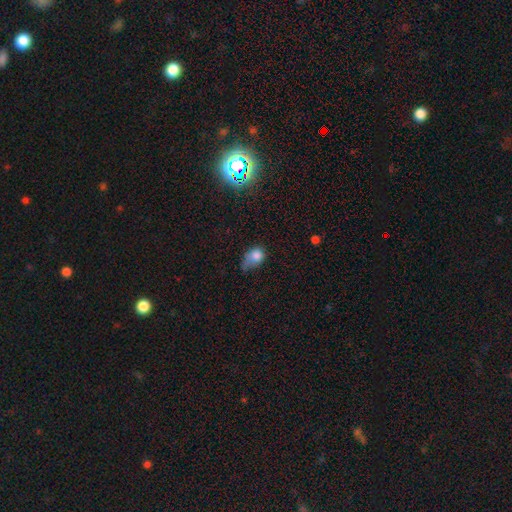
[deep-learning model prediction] This appears to be a smooth galaxy with no disk features (76%) that is in between round and cigar-shaped (67%). Merging: minor disturbance (39%).